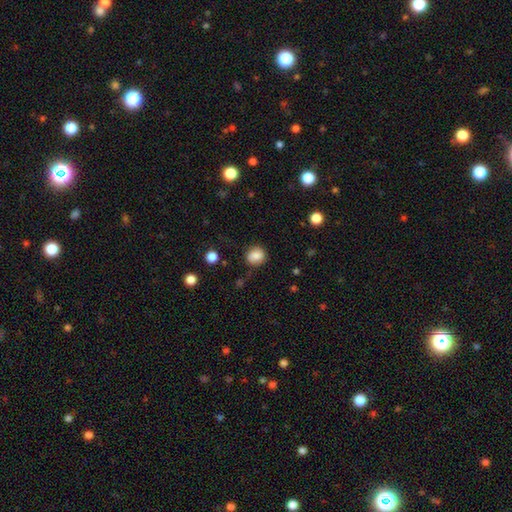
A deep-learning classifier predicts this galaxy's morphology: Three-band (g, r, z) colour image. It shows a smooth galaxy with no disk features (84%) that is round (76%). Merging: none (77%).